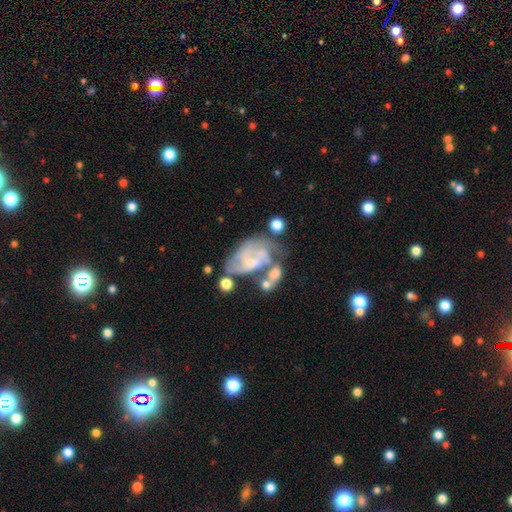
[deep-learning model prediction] Smooth or featured? featured or disk (71%)
Edge-on disk? no (96%)
Bar? no (55%)
Spiral arms? yes (73%)
Bulge size? small (51%)
Merging? none (33%)